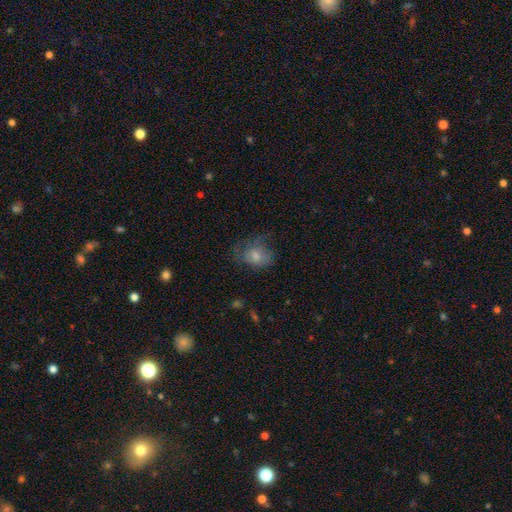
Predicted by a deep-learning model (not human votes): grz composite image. It shows a smooth galaxy with no disk features (48%). Merging: none (51%).